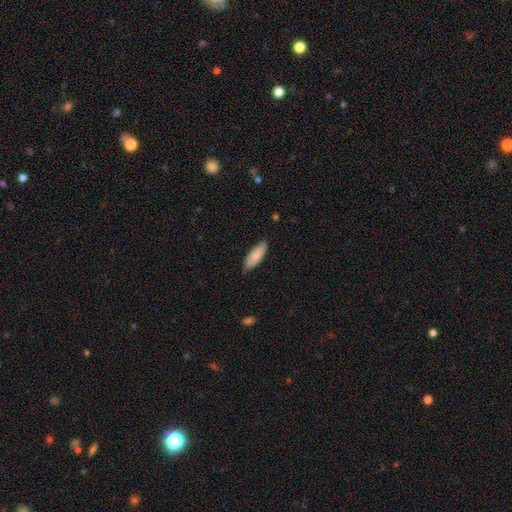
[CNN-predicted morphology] This is clearly a smooth galaxy (85%). How rounded: likely in between (68%). Merging: clearly none (81%).